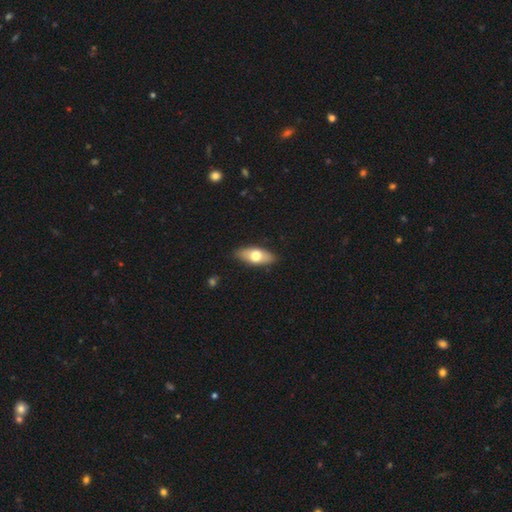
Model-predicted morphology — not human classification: This appears to be a smooth galaxy with no disk features (65%) that is in between round and cigar-shaped (82%). Merging: none (86%).